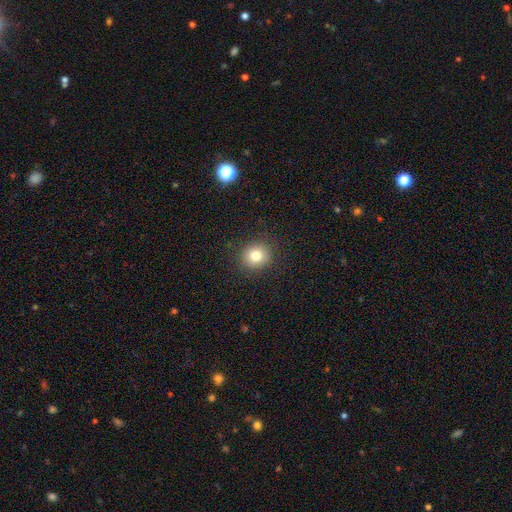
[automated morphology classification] Smooth or featured? smooth (80%)
How rounded? round (86%)
Merging? none (90%)